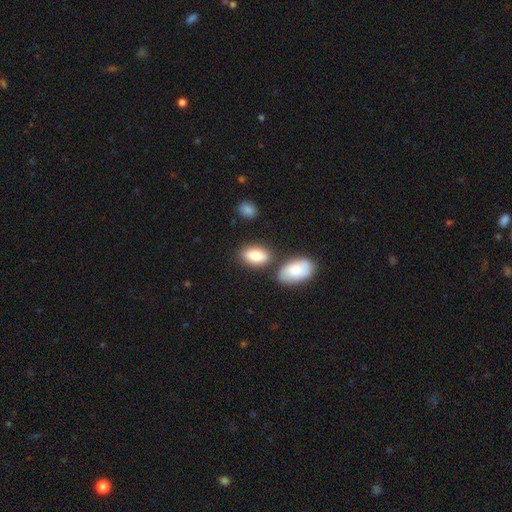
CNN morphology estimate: Smooth or featured: smooth — 84% (featured or disk — 10%)
How rounded: in between — 91% (round — 5%)
Merging: none — 70% (merger — 14%)